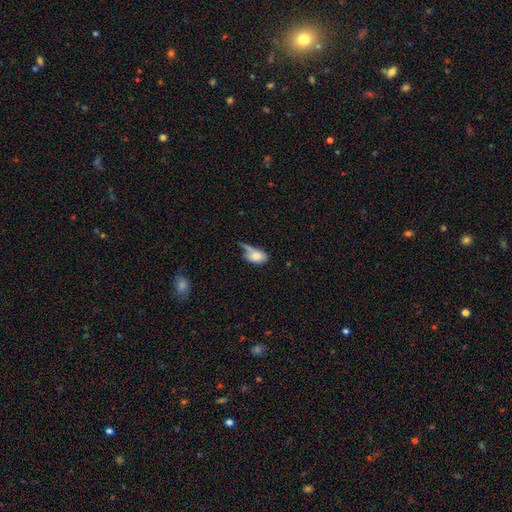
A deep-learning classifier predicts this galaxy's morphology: Smooth or featured? Predicted: smooth (p=0.74). How rounded? Predicted: in between (p=0.89). Merging? Predicted: none (p=0.31).